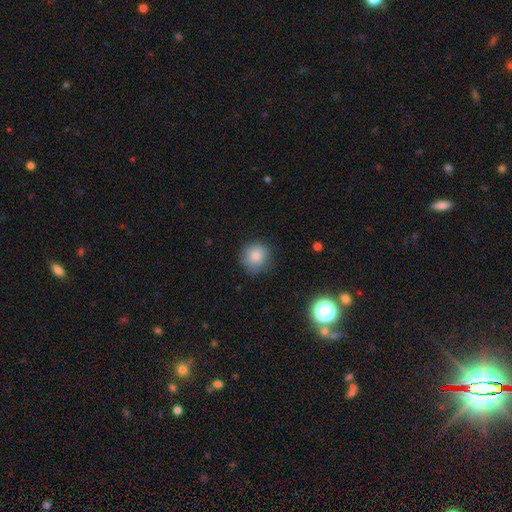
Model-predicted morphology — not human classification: Smooth or featured?
  - smooth: 84% *
  - star or artifact: 10%
  - featured or disk: 6%
How rounded?
  - round: 89% *
  - in between: 10%
  - cigar-shaped: 1%
Merging?
  - none: 79% *
  - minor disturbance: 16%
  - major disturbance: 4%
  - merger: 1%